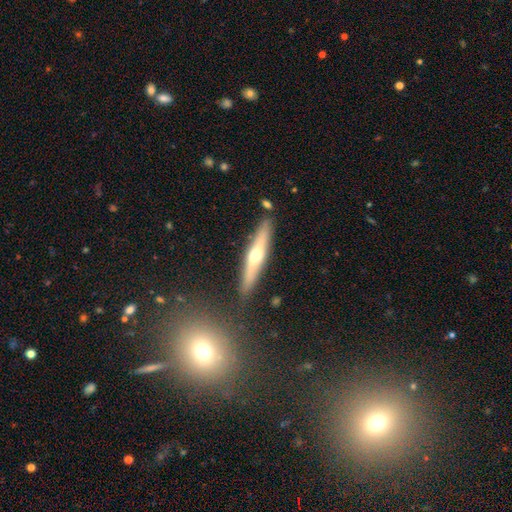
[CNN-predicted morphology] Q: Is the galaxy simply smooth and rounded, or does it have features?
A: featured or disk — 55%.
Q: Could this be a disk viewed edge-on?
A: yes — 92%.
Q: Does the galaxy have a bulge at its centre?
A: rounded — 88%.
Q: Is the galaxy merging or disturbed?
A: none — 86%.